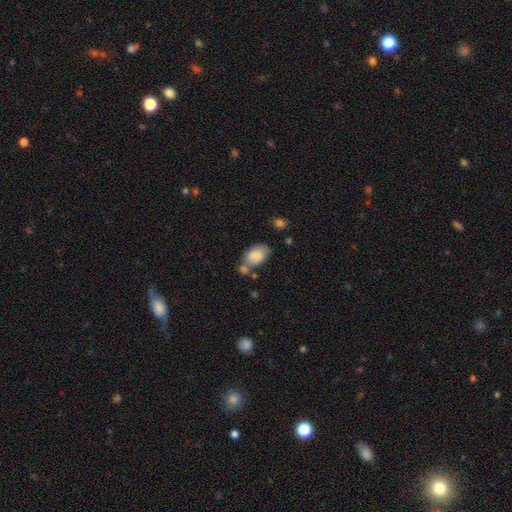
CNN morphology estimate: smooth 84%, featured or disk 9%, star or artifact 7%. Down the decision tree: how rounded — in between (86%); merging — none (44%).